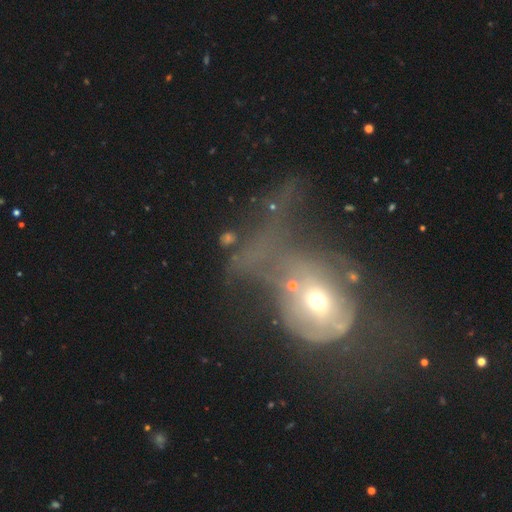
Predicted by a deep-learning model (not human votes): smooth-or-featured: featured or disk: 44% | smooth: 37% | star or artifact: 19%
  merging: major disturbance: 59% | merger: 21% | none: 11% | minor disturbance: 9%